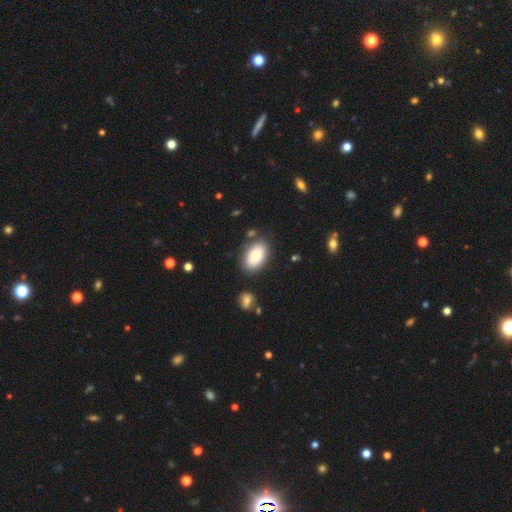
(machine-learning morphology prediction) smooth 80%, featured or disk 14%, star or artifact 7%. Down the decision tree: how rounded — in between (93%); merging — none (78%).